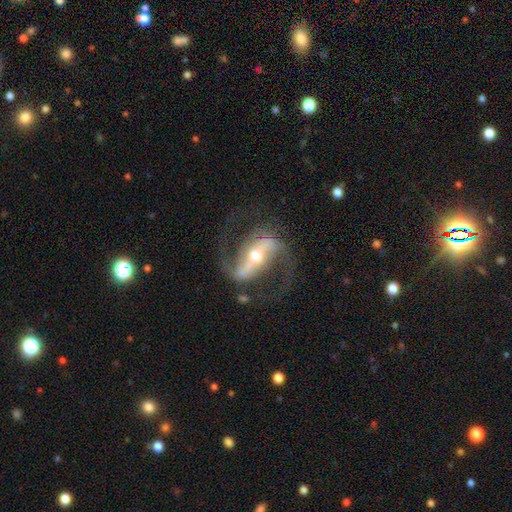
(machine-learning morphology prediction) Smooth or featured?
  - featured or disk: 92% *
  - star or artifact: 4%
  - smooth: 4%
Edge-on disk?
  - no: 95% *
  - yes: 5%
Bar?
  - strong: 67% *
  - weak: 23%
  - no: 10%
Spiral arms?
  - yes: 97% *
  - no: 3%
Spiral winding?
  - medium: 51% *
  - loose: 37%
  - tight: 12%
Spiral arm count?
  - 2: 93% *
  - can't tell: 2%
  - 1: 2%
  - 3: 1%
  - 4: 1%
  - more than 4: 1%
Bulge size?
  - moderate: 58% *
  - small: 35%
  - large: 5%
  - none: 1%
  - dominant: 1%
Merging?
  - none: 76% *
  - minor disturbance: 12%
  - major disturbance: 10%
  - merger: 2%